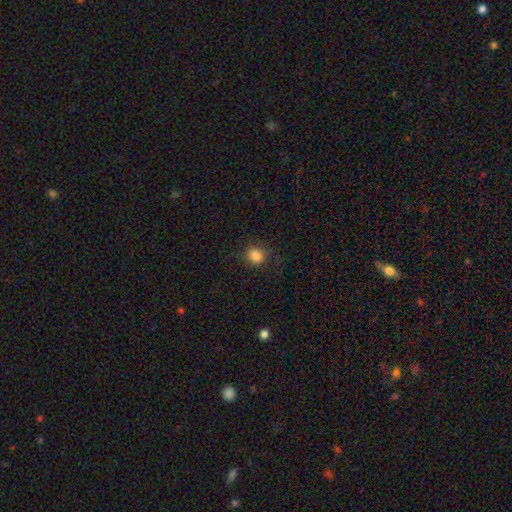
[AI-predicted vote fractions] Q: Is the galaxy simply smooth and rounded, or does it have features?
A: smooth — 84%.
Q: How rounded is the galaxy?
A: round — 71%.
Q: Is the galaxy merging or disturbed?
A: none — 76%.